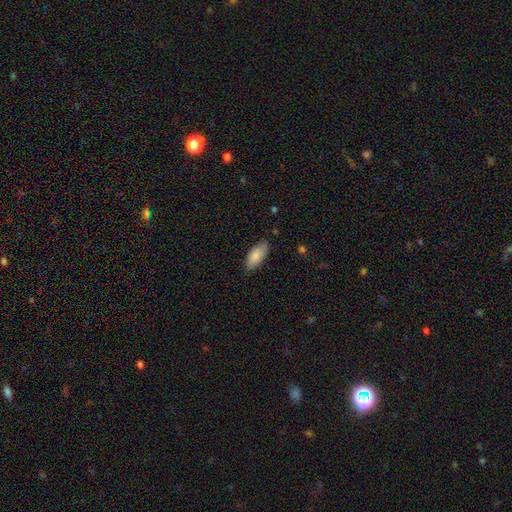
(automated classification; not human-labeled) smooth_or_featured: smooth (p=0.85) [alt: featured or disk p=0.09]
how_rounded: in between (p=0.87) [alt: cigar-shaped p=0.11]
merging: none (p=0.82) [alt: minor disturbance p=0.15]